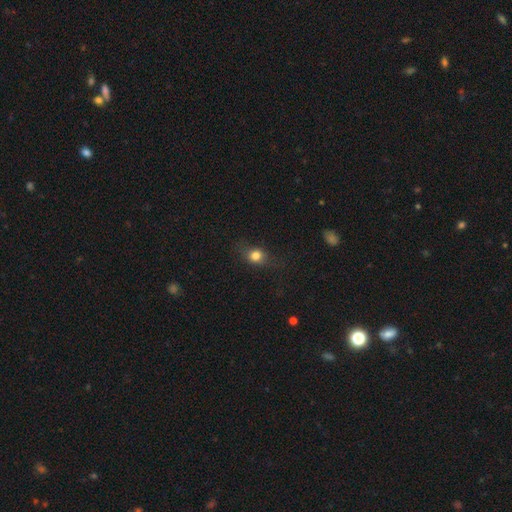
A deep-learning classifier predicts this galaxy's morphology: The model was most divided on "how rounded": round: 57%, in between: 38%, cigar-shaped: 4%. More confident: smooth or featured — smooth (75%); merging — none (73%).